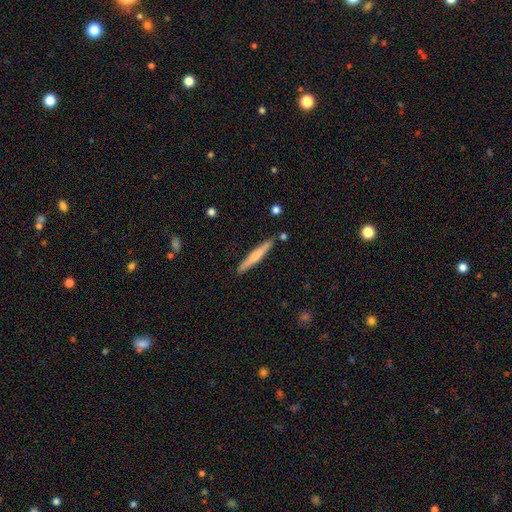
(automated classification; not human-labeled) This appears to be a smooth galaxy with no disk features (61%) that is cigar-shaped (95%). Merging: none (87%).